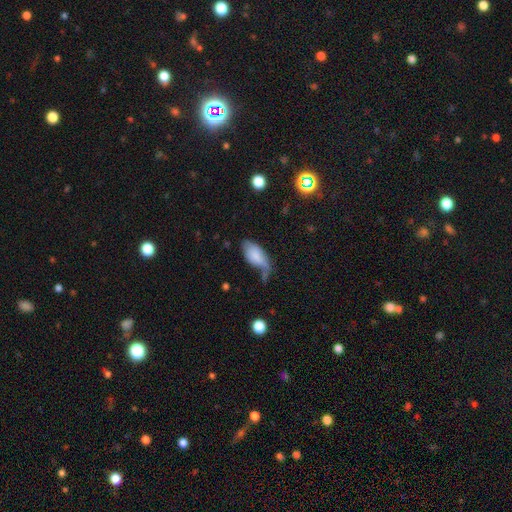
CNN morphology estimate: Smooth or featured? Predicted: smooth (p=0.76). How rounded? Predicted: in between (p=0.93). Merging? Predicted: minor disturbance (p=0.35).